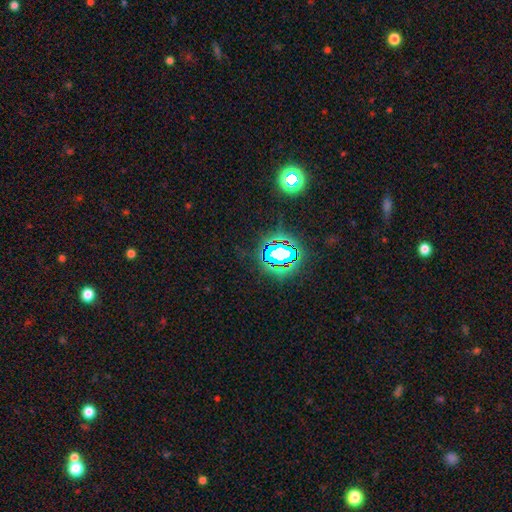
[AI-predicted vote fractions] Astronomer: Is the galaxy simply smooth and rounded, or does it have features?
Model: star or artifact — 79%.